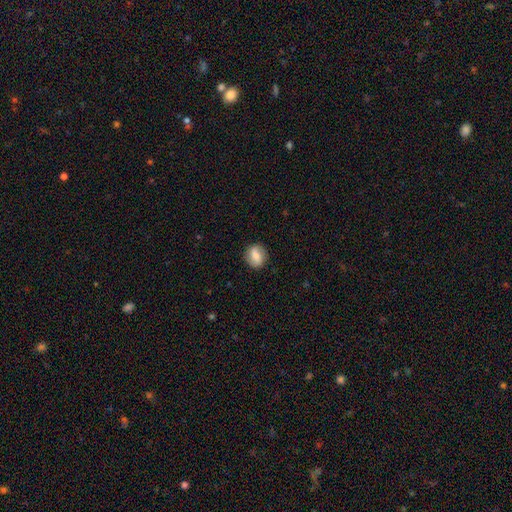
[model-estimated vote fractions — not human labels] Overall: smooth (58%; featured or disk 33%). How rounded: round (61%; in between 37%). Merging: none (85%).